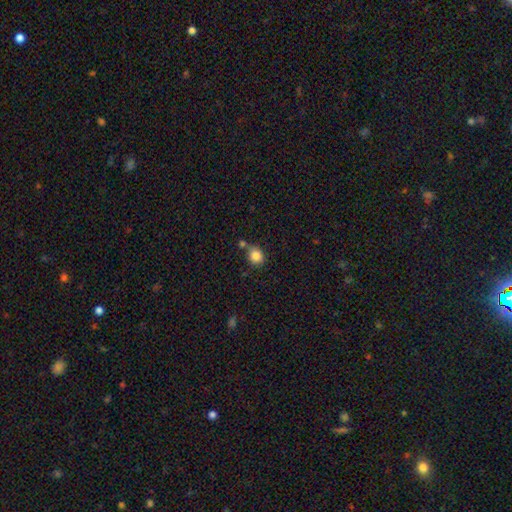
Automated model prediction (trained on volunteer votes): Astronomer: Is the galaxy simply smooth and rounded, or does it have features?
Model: smooth — 85%.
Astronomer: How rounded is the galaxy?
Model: round — 77%.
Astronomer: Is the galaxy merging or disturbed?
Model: none — 61%.